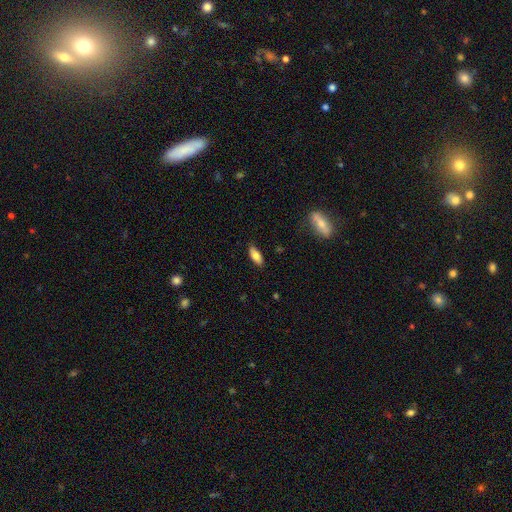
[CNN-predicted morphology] smooth 79%, featured or disk 14%, star or artifact 7%. Down the decision tree: how rounded — in between (80%); merging — none (86%).